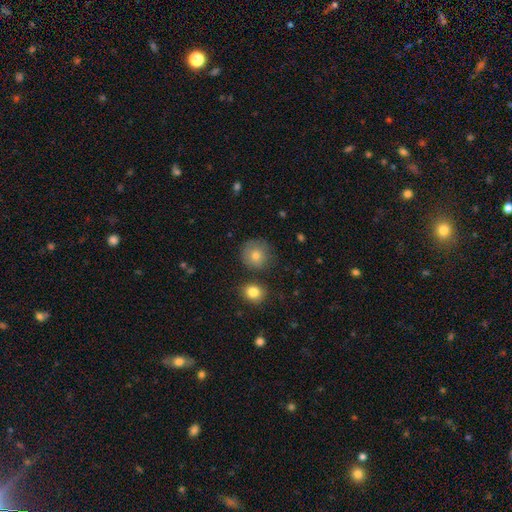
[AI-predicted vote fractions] Smooth or featured? smooth (77%)
How rounded? round (92%)
Merging? none (78%)